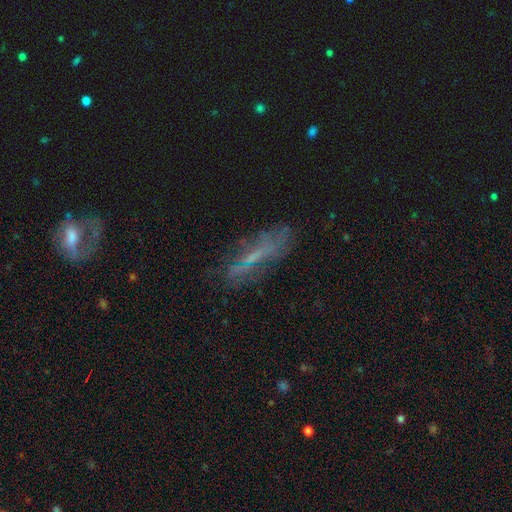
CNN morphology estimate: Smooth or featured? featured or disk (55%)
Edge-on disk? no (63%)
Merging? none (61%)